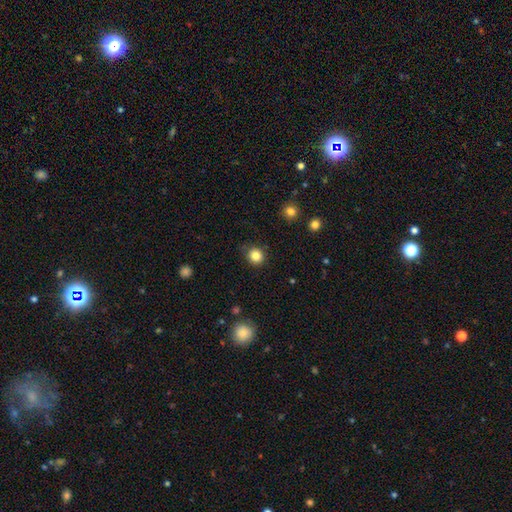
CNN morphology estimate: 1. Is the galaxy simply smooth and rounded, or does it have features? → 84% smooth, 11% star or artifact, 5% featured or disk.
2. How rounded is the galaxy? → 89% round, 10% in between, 1% cigar-shaped.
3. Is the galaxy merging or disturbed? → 85% none, 11% minor disturbance, 3% major disturbance, 1% merger.